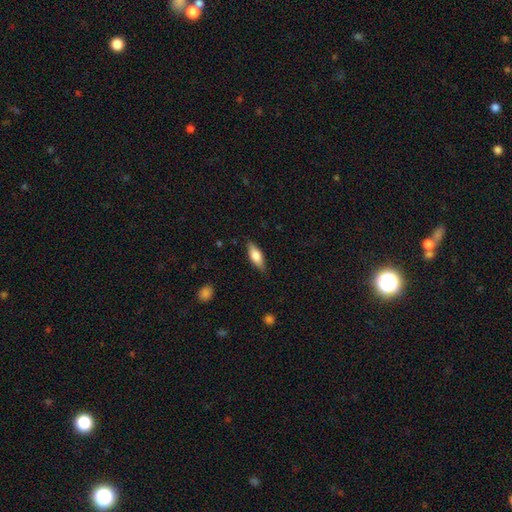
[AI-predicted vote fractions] smooth-or-featured: smooth: 64% | featured or disk: 29% | star or artifact: 6%
  how-rounded: in between: 66% | cigar-shaped: 31% | round: 3%
  merging: none: 84% | minor disturbance: 12% | major disturbance: 3% | merger: 1%